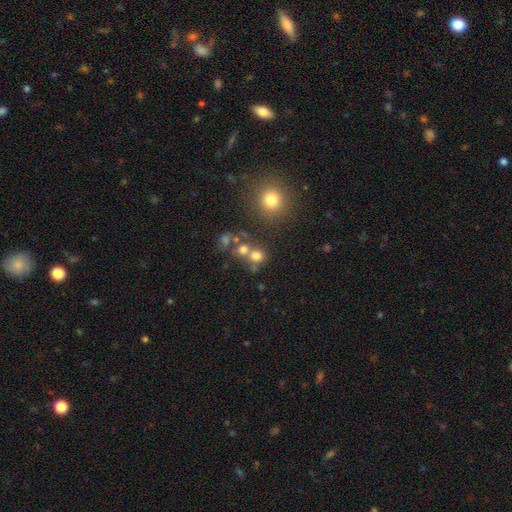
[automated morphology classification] A smooth galaxy with no disk features (73%) that is round (81%). Merging: none (51%).